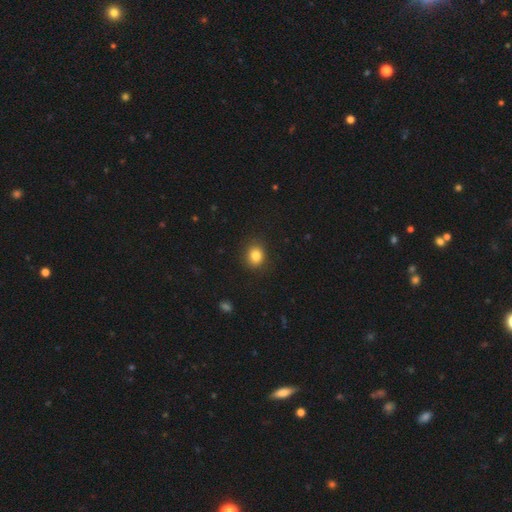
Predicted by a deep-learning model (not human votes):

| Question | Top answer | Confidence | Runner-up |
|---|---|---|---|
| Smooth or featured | smooth | 84% | star or artifact (11%) |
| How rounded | round | 72% | in between (27%) |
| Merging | none | 88% | minor disturbance (9%) |